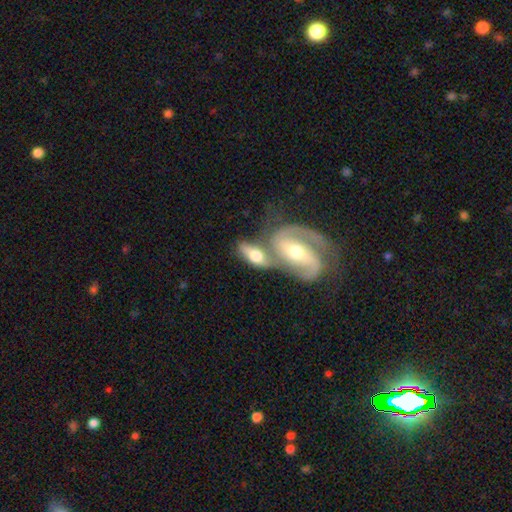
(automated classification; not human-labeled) Overall: featured or disk (57%; smooth 37%). Edge-on disk: no (81%). Merging: merger (62%; none 23%).